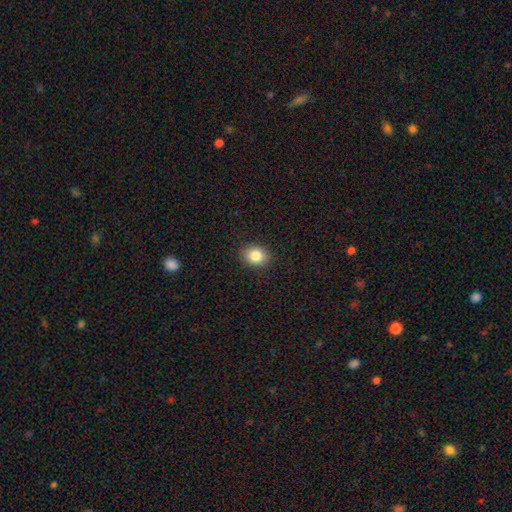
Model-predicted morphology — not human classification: A smooth galaxy with no disk features (84%) that is round (55%). Merging: none (89%).